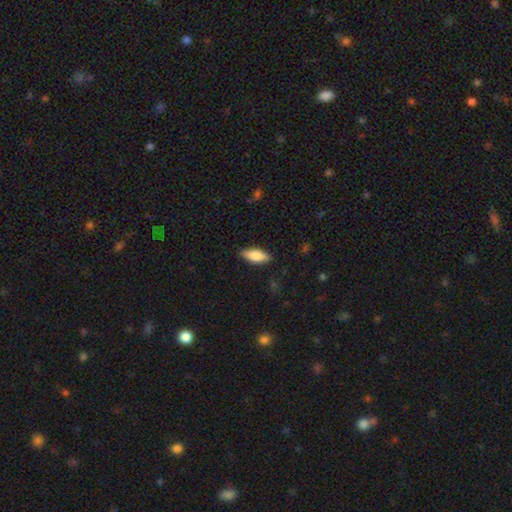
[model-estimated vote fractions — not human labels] smooth 81%, featured or disk 14%, star or artifact 6%. Down the decision tree: how rounded — in between (76%); merging — none (88%).